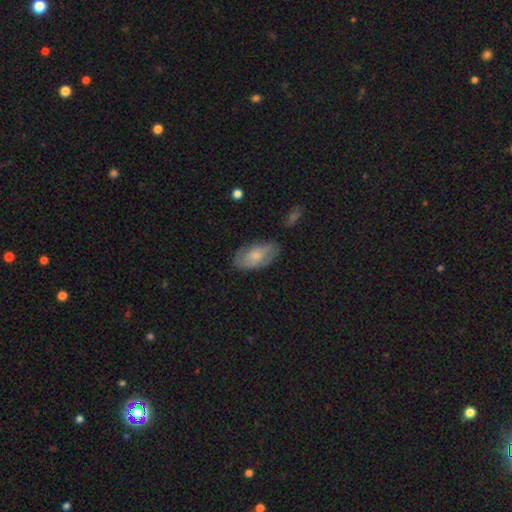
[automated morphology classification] A smooth galaxy with no disk features (53%) that is in between round and cigar-shaped (92%).

Vote fractions:
- Smooth or featured? smooth: 53% / featured or disk: 40% / star or artifact: 7%
- How rounded? in between: 92% / round: 4% / cigar-shaped: 4%
- Merging? none: 73% / minor disturbance: 20% / major disturbance: 5% / merger: 2%